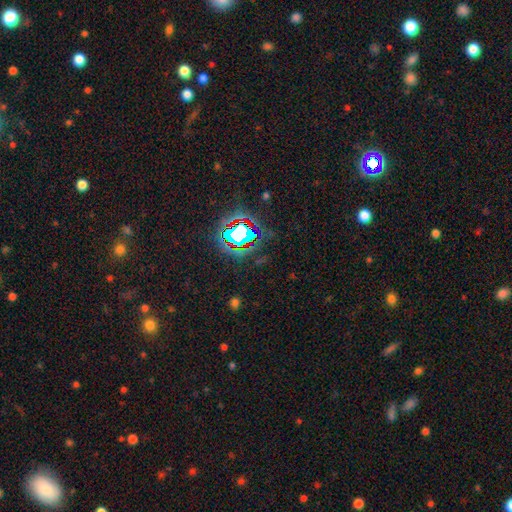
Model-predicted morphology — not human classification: The model was most divided on "smooth or featured": star or artifact: 80%, smooth: 12%, featured or disk: 8%.